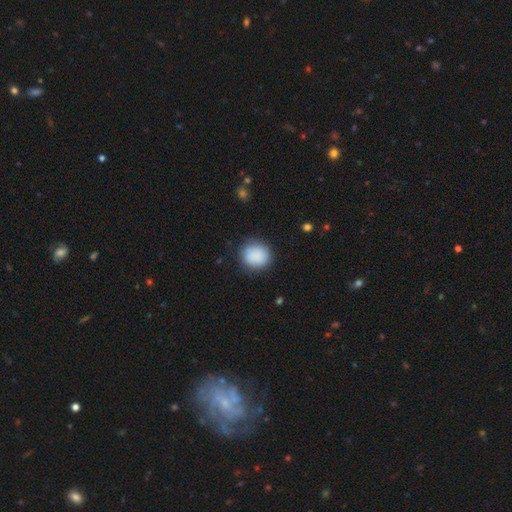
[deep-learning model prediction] Q: Smooth or featured?
A: smooth (88%); runner-up: star or artifact (8%)
Q: How rounded?
A: round (84%); runner-up: in between (15%)
Q: Merging?
A: none (84%); runner-up: minor disturbance (11%)